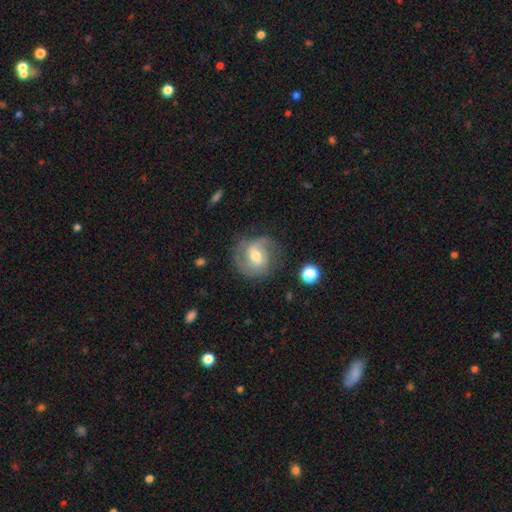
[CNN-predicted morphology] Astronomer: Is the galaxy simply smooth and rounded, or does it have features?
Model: featured or disk — 69%.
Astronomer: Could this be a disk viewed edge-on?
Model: no — 97%.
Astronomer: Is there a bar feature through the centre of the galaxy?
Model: weak — 52% (runner-up: no, 29%).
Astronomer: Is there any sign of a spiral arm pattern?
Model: yes — 87%.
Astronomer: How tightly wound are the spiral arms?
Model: medium — 47% (runner-up: tight, 33%).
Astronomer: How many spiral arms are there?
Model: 2 — 73%.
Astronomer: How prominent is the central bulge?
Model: moderate — 70%.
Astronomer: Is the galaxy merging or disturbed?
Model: none — 67%.